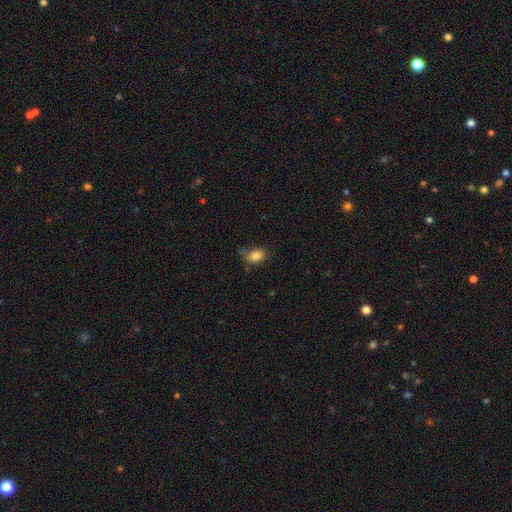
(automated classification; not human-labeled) Smooth or featured?
  - smooth: 84% *
  - star or artifact: 10%
  - featured or disk: 6%
How rounded?
  - in between: 66% *
  - round: 33%
  - cigar-shaped: 1%
Merging?
  - none: 70% *
  - minor disturbance: 20%
  - merger: 5%
  - major disturbance: 5%